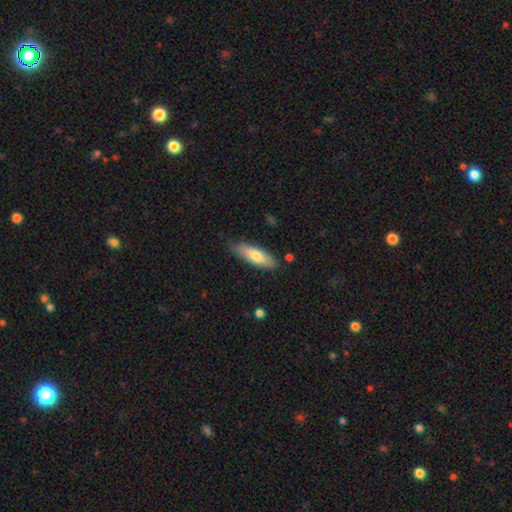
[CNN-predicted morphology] smooth_or_featured: smooth (p=0.72) [alt: featured or disk p=0.22]
how_rounded: in between (p=0.59) [alt: cigar-shaped p=0.39]
merging: none (p=0.78) [alt: minor disturbance p=0.18]